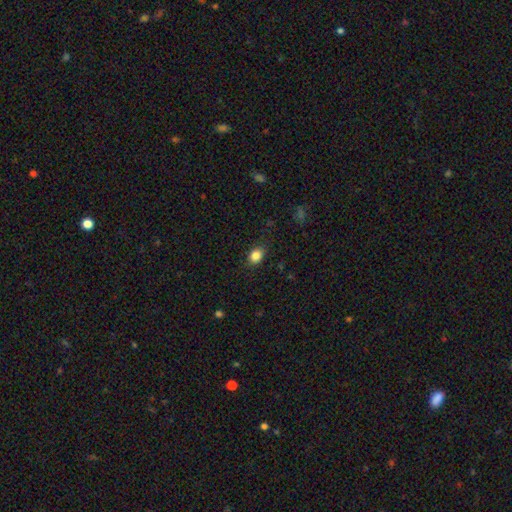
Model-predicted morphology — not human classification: Smooth or featured? Predicted: smooth (p=0.85). How rounded? Predicted: in between (p=0.60). Merging? Predicted: none (p=0.85).